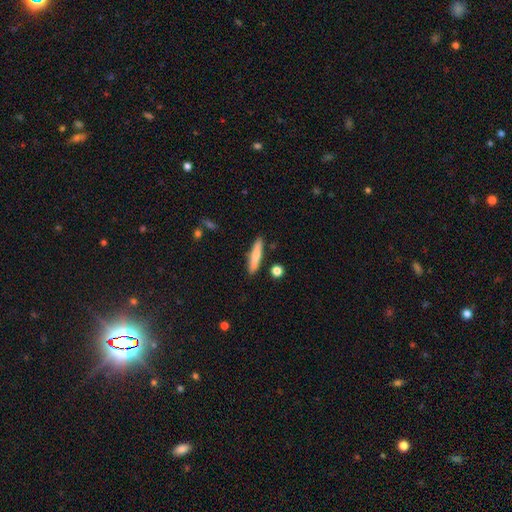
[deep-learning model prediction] This appears to be a smooth galaxy with no disk features (71%) that is cigar-shaped (86%). Merging: none (86%).